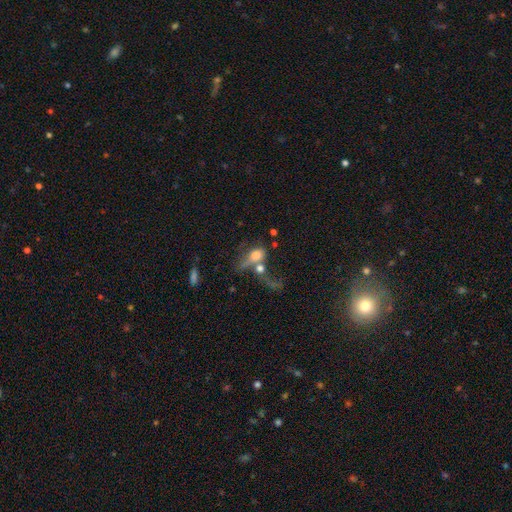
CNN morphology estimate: This is possibly a smooth galaxy (59%). How rounded: likely in between (65%). Merging: possibly merger (49%).